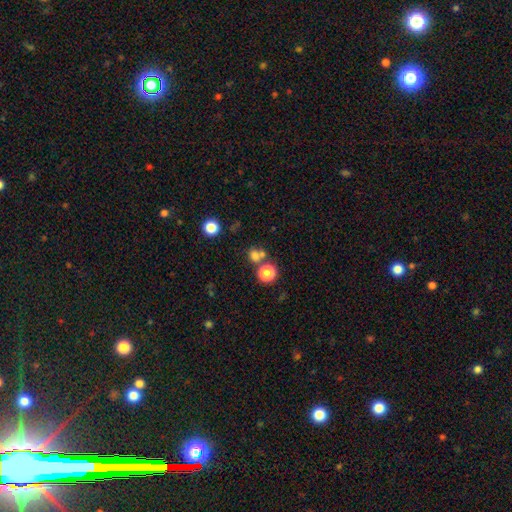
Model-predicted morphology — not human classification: A smooth galaxy with no disk features (71%) that is round (81%).

Vote fractions:
- Smooth or featured? smooth: 71% / star or artifact: 21% / featured or disk: 9%
- How rounded? round: 81% / in between: 18% / cigar-shaped: 1%
- Merging? none: 55% / merger: 33% / minor disturbance: 8% / major disturbance: 4%